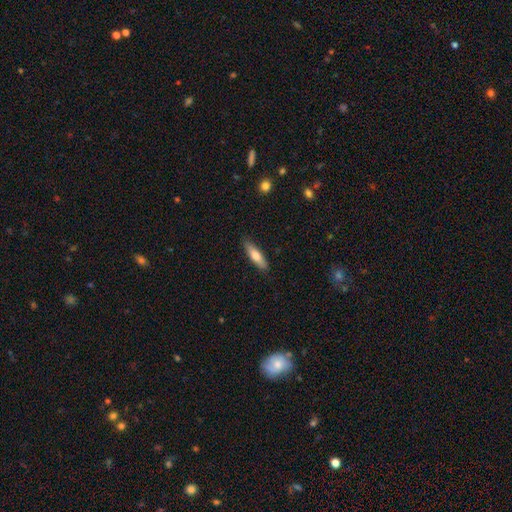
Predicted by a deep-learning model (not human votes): smooth 66%, featured or disk 28%, star or artifact 6%. Down the decision tree: how rounded — cigar-shaped (66%); merging — none (87%).